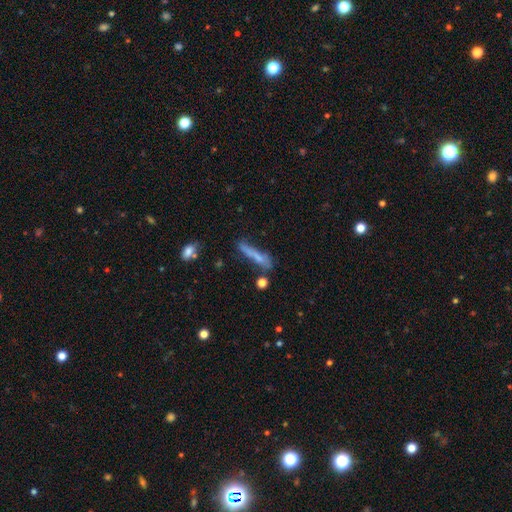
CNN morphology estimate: type=smooth (60%); roundness=cigar-shaped (89%); merging=none (55%).